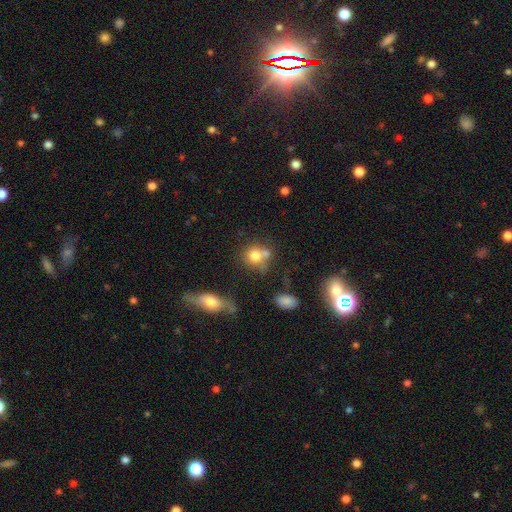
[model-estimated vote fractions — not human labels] Smooth or featured? Predicted: smooth (p=0.75). How rounded? Predicted: round (p=0.80). Merging? Predicted: none (p=0.44).